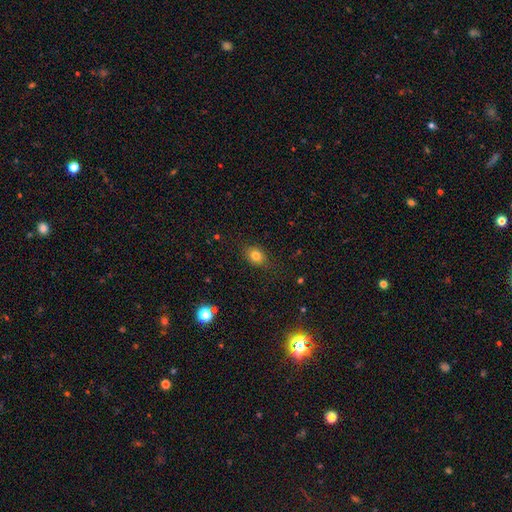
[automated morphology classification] A smooth galaxy with no disk features (80%) that is in between round and cigar-shaped (50%).

Vote fractions:
- Smooth or featured? smooth: 80% / star or artifact: 12% / featured or disk: 8%
- How rounded? in between: 50% / round: 49% / cigar-shaped: 1%
- Merging? none: 80% / minor disturbance: 15% / major disturbance: 4% / merger: 1%